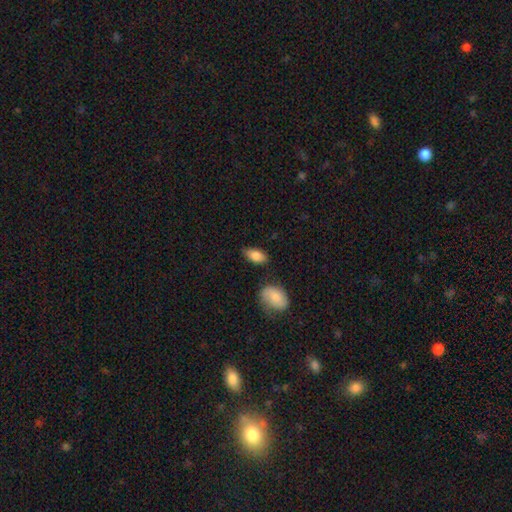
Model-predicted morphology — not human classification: smooth_or_featured: smooth (p=0.84) [alt: featured or disk p=0.10]
how_rounded: in between (p=0.91) [alt: round p=0.04]
merging: none (p=0.72) [alt: minor disturbance p=0.18]